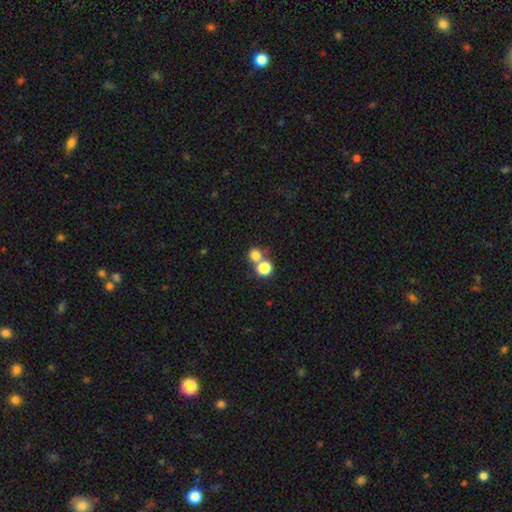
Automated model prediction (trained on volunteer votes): smooth_or_featured: smooth (p=0.77) [alt: star or artifact p=0.15]
how_rounded: round (p=0.86) [alt: in between p=0.13]
merging: none (p=0.50) [alt: merger p=0.41]